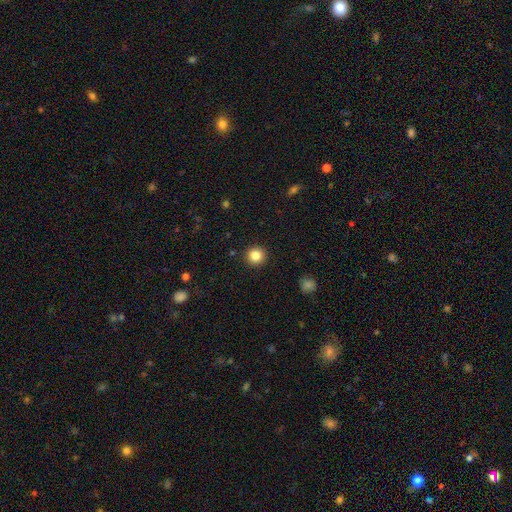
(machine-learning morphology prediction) The model was most divided on "smooth or featured": smooth: 85%, star or artifact: 10%, featured or disk: 5%. More confident: how rounded — round (94%); merging — none (93%).